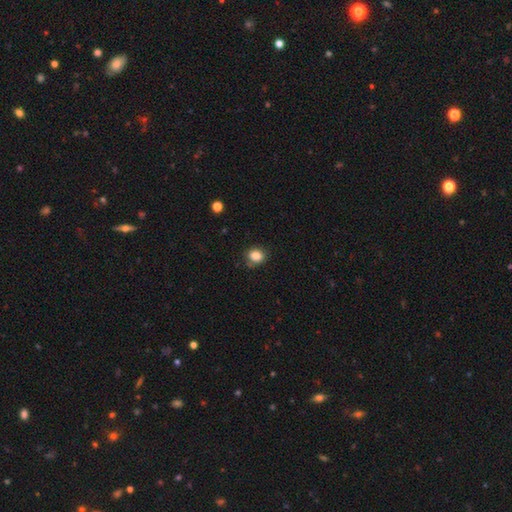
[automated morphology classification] type=smooth (84%); roundness=round (68%); merging=none (79%).